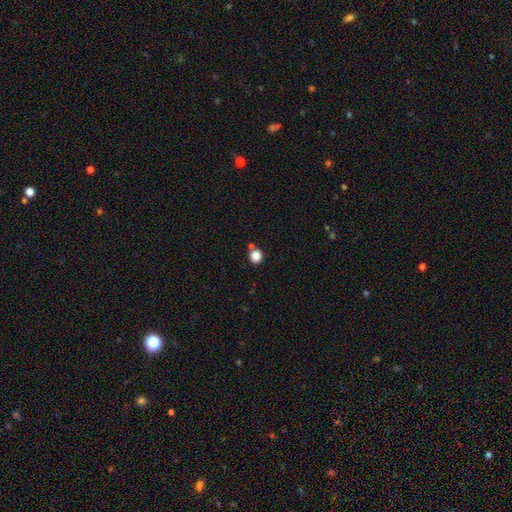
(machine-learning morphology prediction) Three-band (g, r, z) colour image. It shows a smooth galaxy with no disk features (85%) that is round (87%). Merging: none (75%).